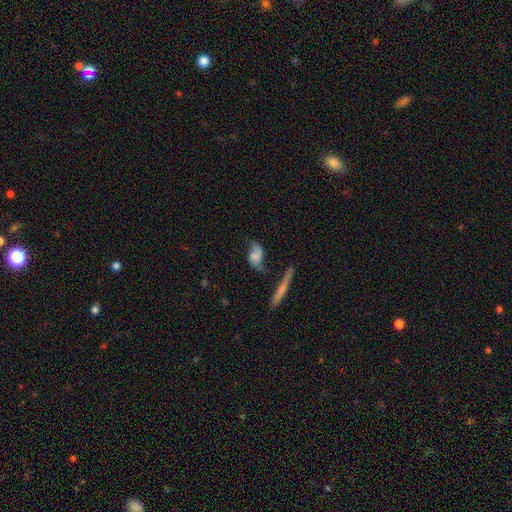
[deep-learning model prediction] The model was most divided on "merging": none: 49%, minor disturbance: 24%, major disturbance: 16%, merger: 12%. Remaining: edge-on disk — no (91%); spiral arms — yes (88%); bar — no (63%); smooth or featured — featured or disk (62%); bulge size — none (48%).